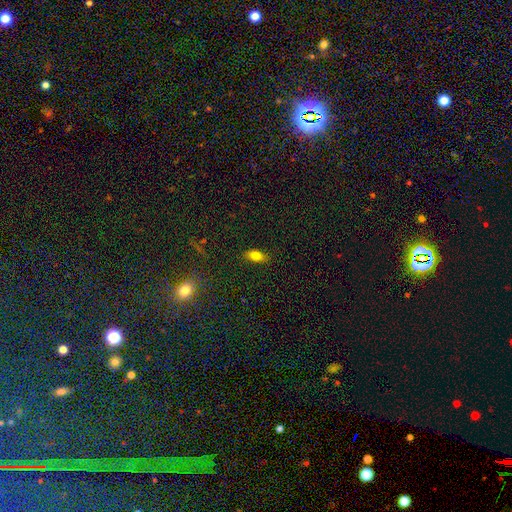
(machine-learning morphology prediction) The model was most divided on "smooth or featured": smooth: 78%, featured or disk: 12%, star or artifact: 10%. More confident: merging — none (85%); how rounded — in between (85%).